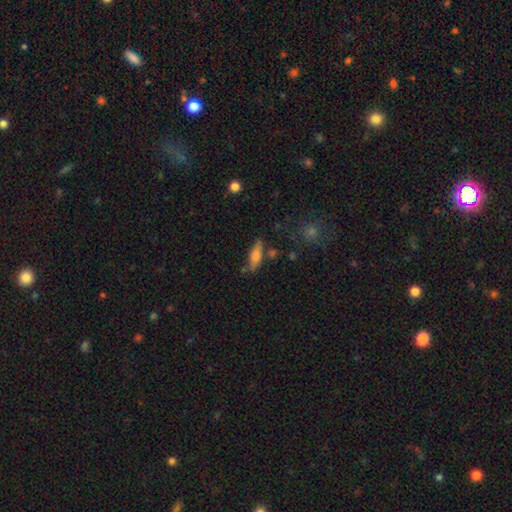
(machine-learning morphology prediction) Overall: smooth (69%). How rounded: in between (50%; cigar-shaped 47%). Merging: none (65%).